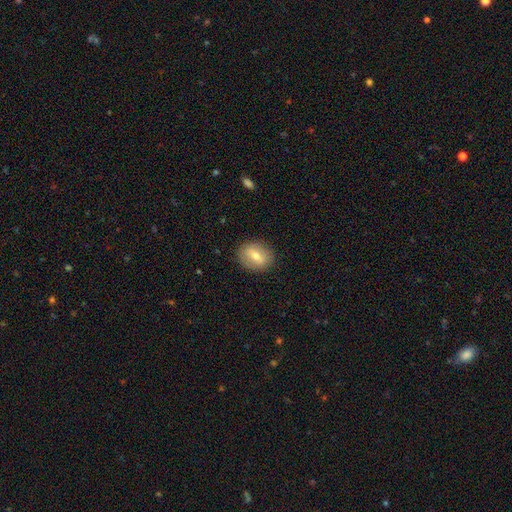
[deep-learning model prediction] Morphology: type=smooth (60%); roundness=in between (53%); merging=none (86%).